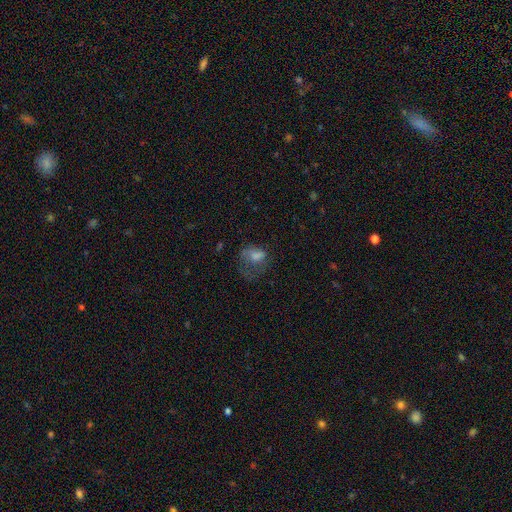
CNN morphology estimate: Smooth or featured? Predicted: smooth (p=0.52). How rounded? Predicted: in between (p=0.64). Merging? Predicted: major disturbance (p=0.46).